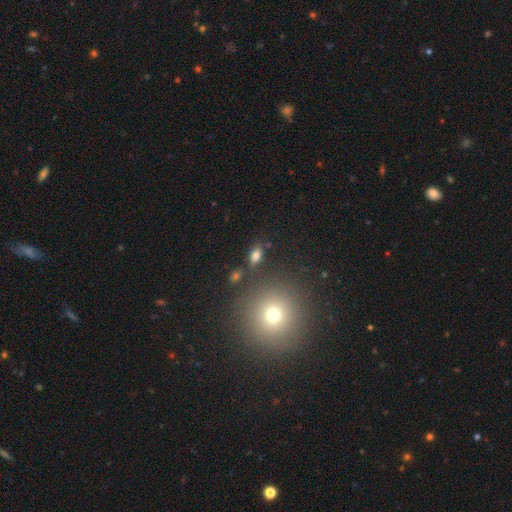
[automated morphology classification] Smooth or featured: smooth — 77% (star or artifact — 13%)
How rounded: in between — 86% (round — 9%)
Merging: none — 78% (minor disturbance — 12%)